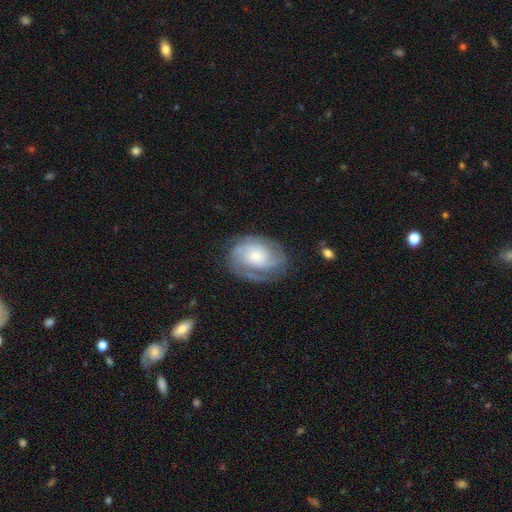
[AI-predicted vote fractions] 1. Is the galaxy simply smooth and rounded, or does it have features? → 77% featured or disk, 17% smooth, 6% star or artifact.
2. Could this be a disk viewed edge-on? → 97% no, 3% yes.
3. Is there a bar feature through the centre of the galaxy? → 75% no, 21% weak, 4% strong.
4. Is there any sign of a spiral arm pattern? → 92% yes, 8% no.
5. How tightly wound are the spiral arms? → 57% tight, 32% medium, 11% loose.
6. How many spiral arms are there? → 34% 2, 30% can't tell, 19% 3, 8% 1, 5% 4, 4% more than 4.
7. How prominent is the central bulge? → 52% small, 37% moderate, 6% large, 3% none, 2% dominant.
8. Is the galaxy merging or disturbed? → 69% none, 19% minor disturbance, 10% major disturbance, 2% merger.